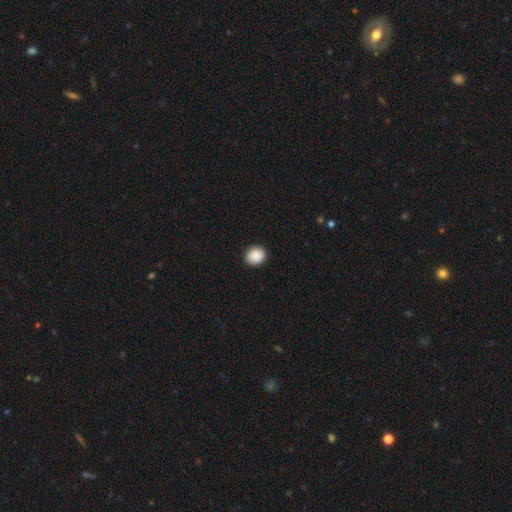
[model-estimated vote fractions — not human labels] Smooth or featured?
  - smooth: 89% *
  - star or artifact: 8%
  - featured or disk: 3%
How rounded?
  - round: 81% *
  - in between: 18%
  - cigar-shaped: 1%
Merging?
  - none: 91% *
  - minor disturbance: 6%
  - major disturbance: 2%
  - merger: 1%